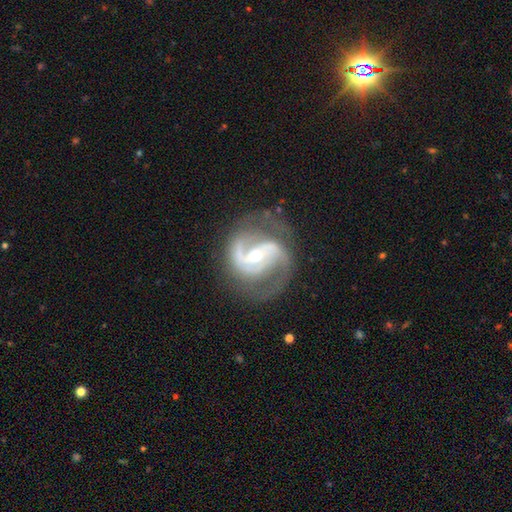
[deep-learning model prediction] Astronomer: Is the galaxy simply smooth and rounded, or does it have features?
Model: featured or disk — 90%.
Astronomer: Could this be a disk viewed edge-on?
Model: no — 98%.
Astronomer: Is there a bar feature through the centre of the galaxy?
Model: weak — 40% (runner-up: strong, 35%).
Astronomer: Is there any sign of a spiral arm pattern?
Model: yes — 97%.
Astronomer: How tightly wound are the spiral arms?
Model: medium — 55%.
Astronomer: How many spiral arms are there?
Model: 2 — 88%.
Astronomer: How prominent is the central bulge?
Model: moderate — 49% (runner-up: small, 46%).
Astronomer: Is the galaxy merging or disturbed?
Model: none — 74%.